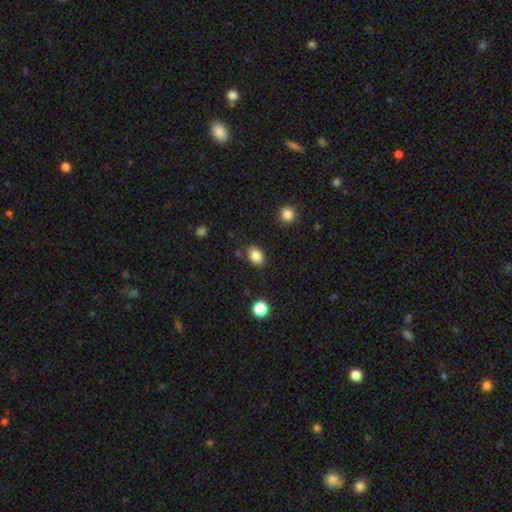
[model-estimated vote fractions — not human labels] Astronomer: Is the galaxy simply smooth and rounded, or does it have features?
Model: smooth — 86%.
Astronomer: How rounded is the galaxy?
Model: in between — 76%.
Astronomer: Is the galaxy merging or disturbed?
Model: none — 82%.